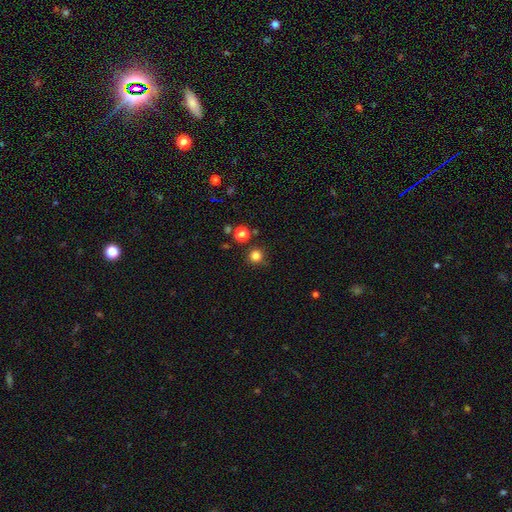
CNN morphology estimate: smooth-or-featured: smooth: 82% | star or artifact: 14% | featured or disk: 4%
  how-rounded: round: 94% | in between: 5% | cigar-shaped: 1%
  merging: none: 85% | minor disturbance: 8% | merger: 4% | major disturbance: 3%